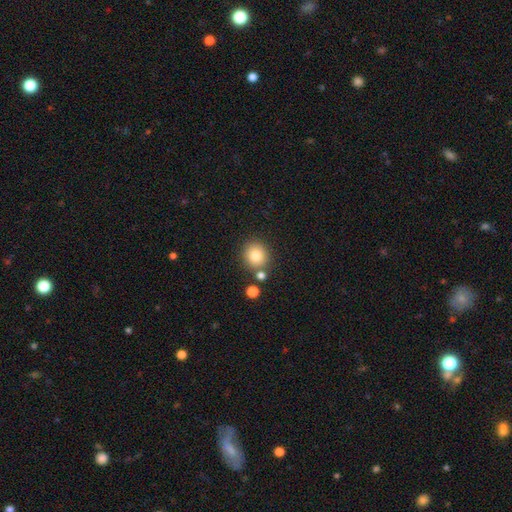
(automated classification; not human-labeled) Q: Smooth or featured?
A: smooth (81%); runner-up: star or artifact (11%)
Q: How rounded?
A: round (87%); runner-up: in between (12%)
Q: Merging?
A: none (77%); runner-up: merger (11%)